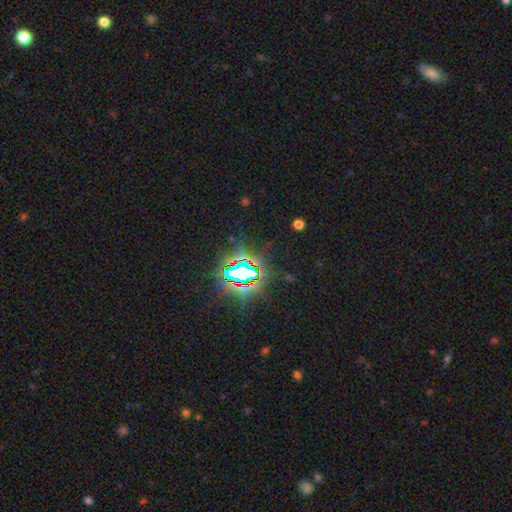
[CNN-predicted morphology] smooth_or_featured: star or artifact (p=0.82) [alt: smooth p=0.10]